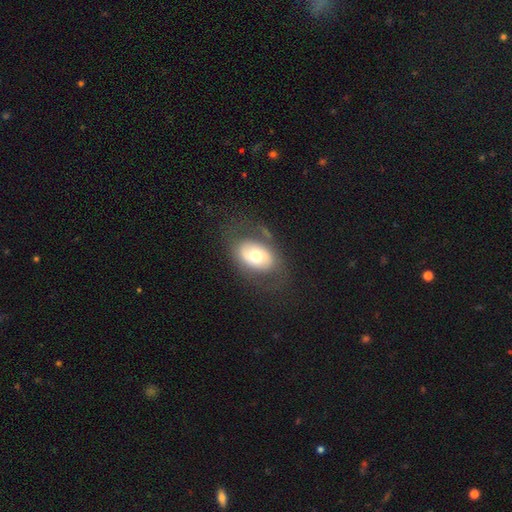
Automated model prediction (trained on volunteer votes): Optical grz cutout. It shows a smooth galaxy with no disk features (53%) that is in between round and cigar-shaped (81%). Merging: none (69%).